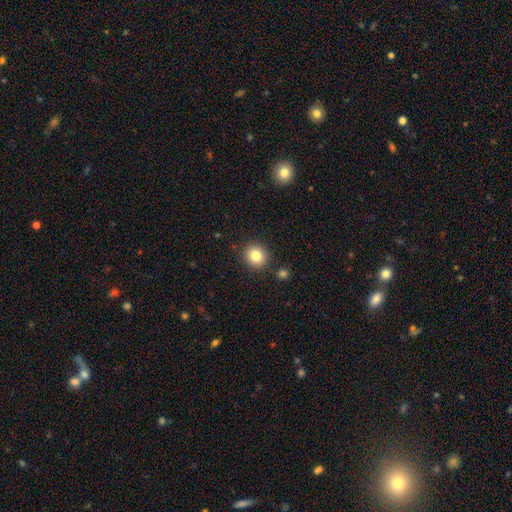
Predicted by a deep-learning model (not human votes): smooth-or-featured: smooth: 82% | star or artifact: 11% | featured or disk: 7%
  how-rounded: round: 88% | in between: 11% | cigar-shaped: 1%
  merging: none: 88% | minor disturbance: 7% | merger: 3% | major disturbance: 2%